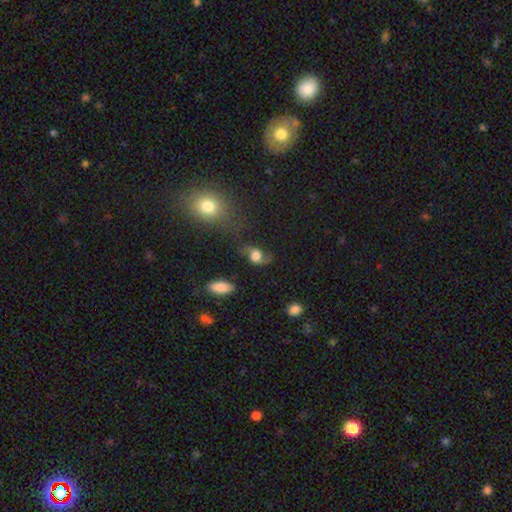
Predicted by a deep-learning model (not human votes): A featured or disk galaxy (65%) with no bar (64%), 2 (91%) loose (71%) spiral arms (90%) and a large central bulge (52%). Merging: none (59%).